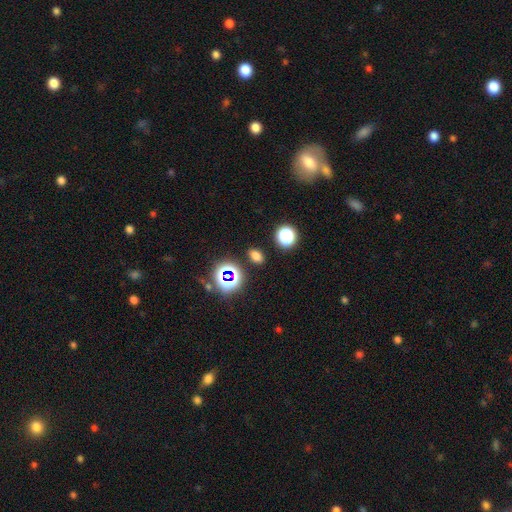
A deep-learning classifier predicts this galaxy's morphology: Q: Smooth or featured?
A: smooth (70%); runner-up: star or artifact (24%)
Q: How rounded?
A: in between (76%); runner-up: round (22%)
Q: Merging?
A: none (88%); runner-up: minor disturbance (7%)